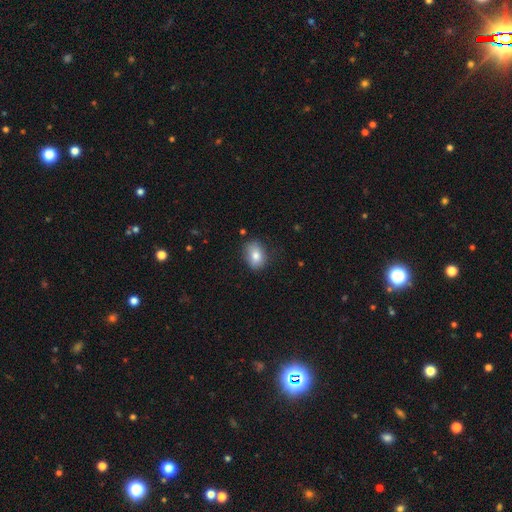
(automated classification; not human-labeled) Smooth or featured? smooth (80%)
How rounded? in between (73%)
Merging? none (76%)